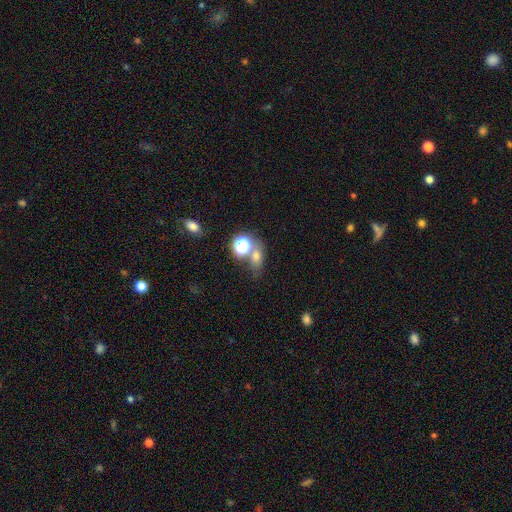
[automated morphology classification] Overall: smooth (63%; star or artifact 25%). How rounded: in between (49%; round 47%). Merging: none (51%; merger 29%).